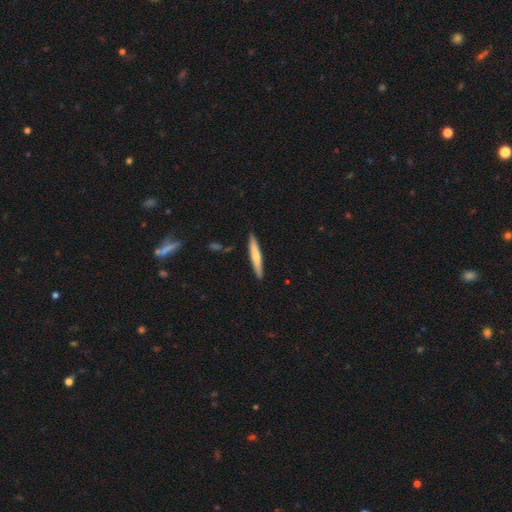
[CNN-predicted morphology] Q: Smooth or featured?
A: smooth (61%); runner-up: featured or disk (34%)
Q: How rounded?
A: cigar-shaped (94%); runner-up: in between (5%)
Q: Merging?
A: none (89%); runner-up: minor disturbance (8%)